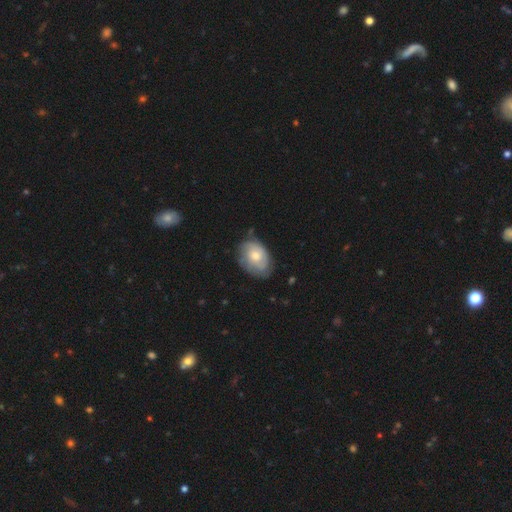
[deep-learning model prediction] Overall: smooth (48%; featured or disk 46%). Merging: none (67%).